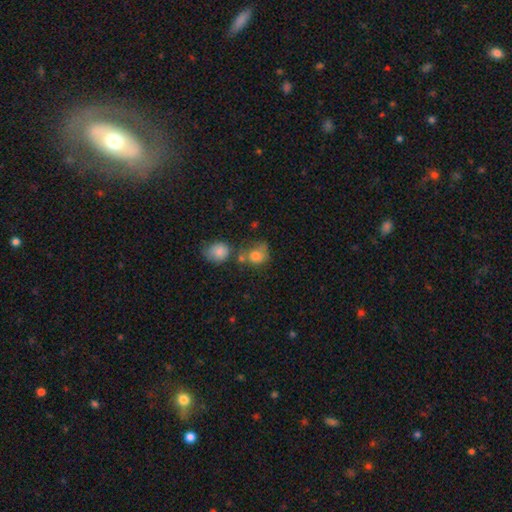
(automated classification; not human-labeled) Smooth or featured: smooth — 75% (featured or disk — 13%)
How rounded: round — 57% (in between — 42%)
Merging: none — 34% (merger — 30%)